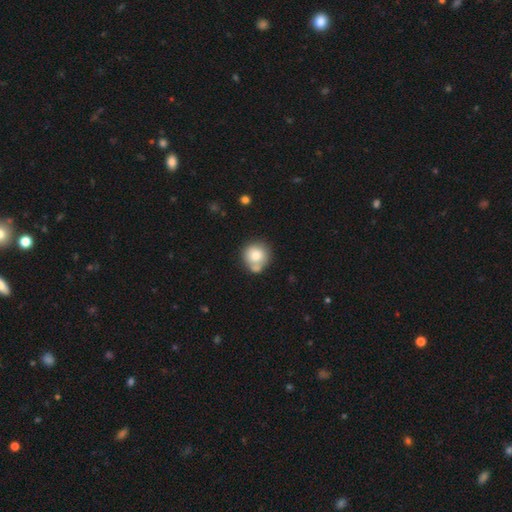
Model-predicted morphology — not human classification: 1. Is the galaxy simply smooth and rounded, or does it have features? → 77% smooth, 15% featured or disk, 8% star or artifact.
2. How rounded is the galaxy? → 89% round, 10% in between, 1% cigar-shaped.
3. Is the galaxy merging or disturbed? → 54% none, 26% merger, 15% minor disturbance, 5% major disturbance.